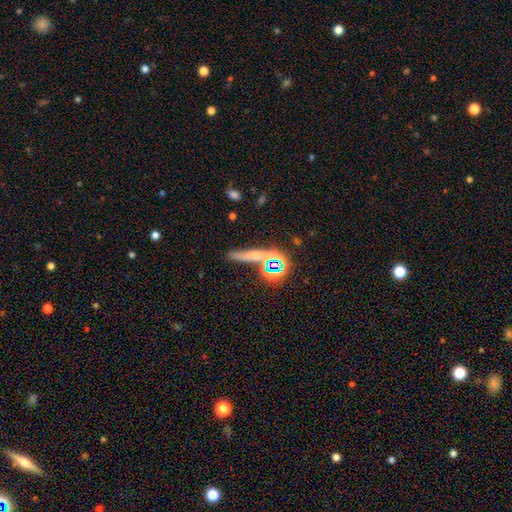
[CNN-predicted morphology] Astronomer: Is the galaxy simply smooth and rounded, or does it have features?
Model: smooth — 42% (runner-up: star or artifact, 32%).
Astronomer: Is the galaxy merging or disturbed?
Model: none — 63%.